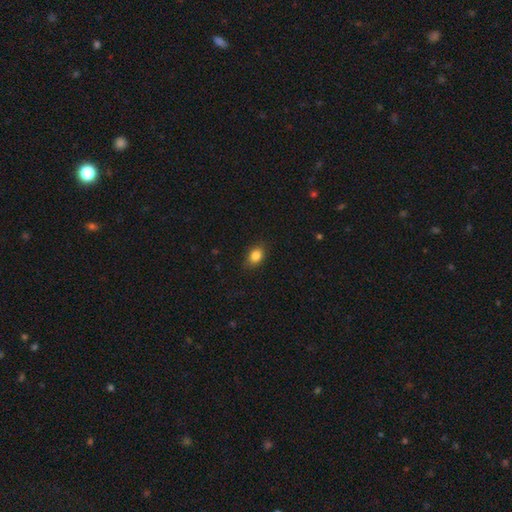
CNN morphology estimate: Smooth or featured? Predicted: smooth (p=0.85). How rounded? Predicted: in between (p=0.74). Merging? Predicted: none (p=0.85).